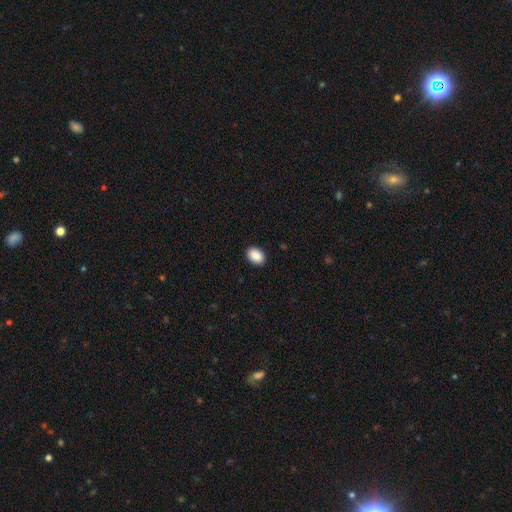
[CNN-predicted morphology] type=smooth (90%); roundness=in between (77%); merging=none (90%).